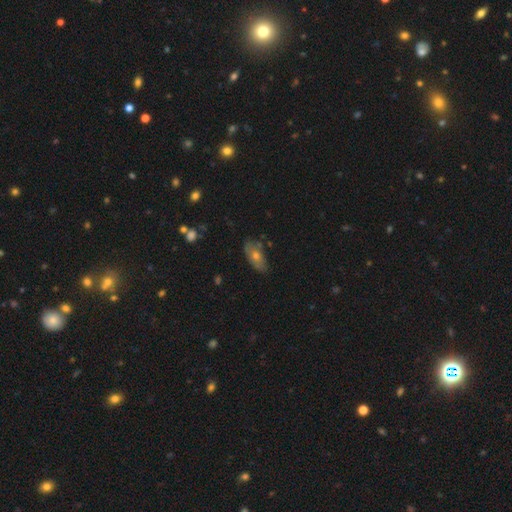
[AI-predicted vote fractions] A smooth galaxy with no disk features (52%) that is in between round and cigar-shaped (82%).

Vote fractions:
- Smooth or featured? smooth: 52% / featured or disk: 36% / star or artifact: 12%
- How rounded? in between: 82% / cigar-shaped: 12% / round: 6%
- Merging? none: 70% / minor disturbance: 22% / major disturbance: 5% / merger: 3%